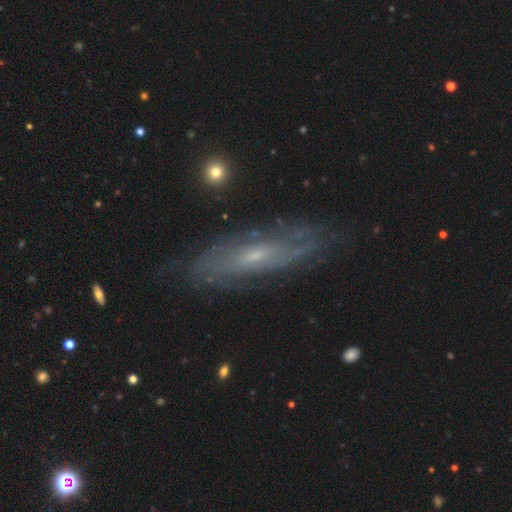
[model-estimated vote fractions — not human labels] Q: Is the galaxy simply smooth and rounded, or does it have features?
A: featured or disk — 73%.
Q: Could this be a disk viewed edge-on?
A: no — 71%.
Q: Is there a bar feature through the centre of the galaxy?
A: no — 62%.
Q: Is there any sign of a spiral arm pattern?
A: yes — 81%.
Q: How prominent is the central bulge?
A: small — 72%.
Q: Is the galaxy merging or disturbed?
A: none — 81%.